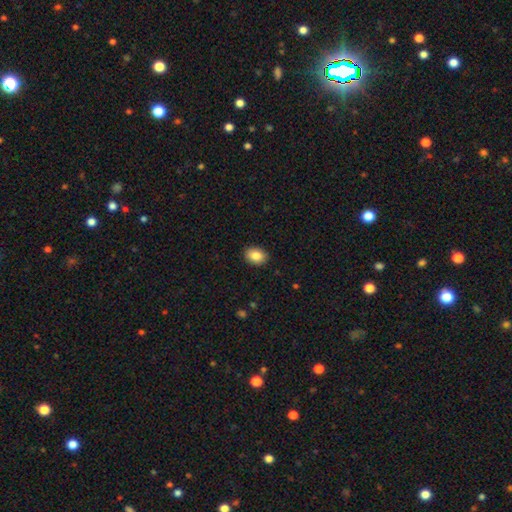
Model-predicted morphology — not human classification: smooth_or_featured: smooth (p=0.86) [alt: star or artifact p=0.08]
how_rounded: in between (p=0.75) [alt: round p=0.24]
merging: none (p=0.90) [alt: minor disturbance p=0.08]